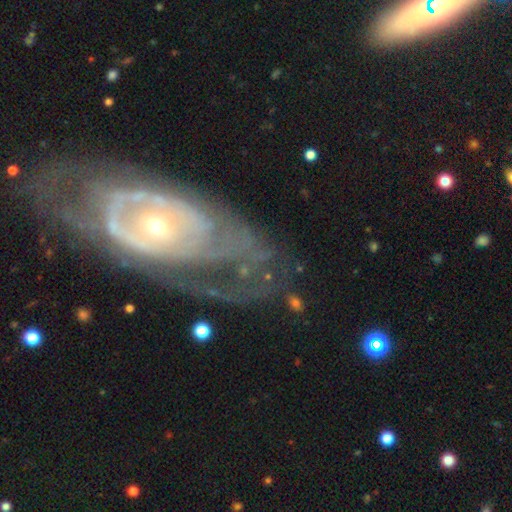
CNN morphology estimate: Smooth or featured? featured or disk (79%)
Edge-on disk? no (92%)
Bar? no (79%)
Spiral arms? yes (69%)
Spiral winding? tight (66%)
Spiral arm count? can't tell (50%)
Bulge size? small (62%)
Merging? none (54%)